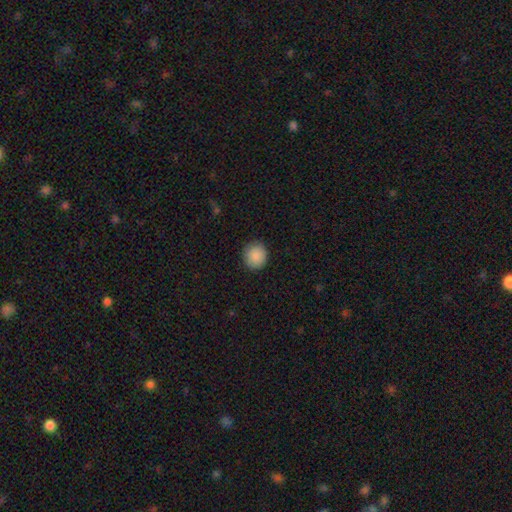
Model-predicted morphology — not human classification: smooth-or-featured: smooth: 89% | star or artifact: 8% | featured or disk: 3%
  how-rounded: round: 86% | in between: 13% | cigar-shaped: 1%
  merging: none: 89% | minor disturbance: 8% | major disturbance: 2% | merger: 1%